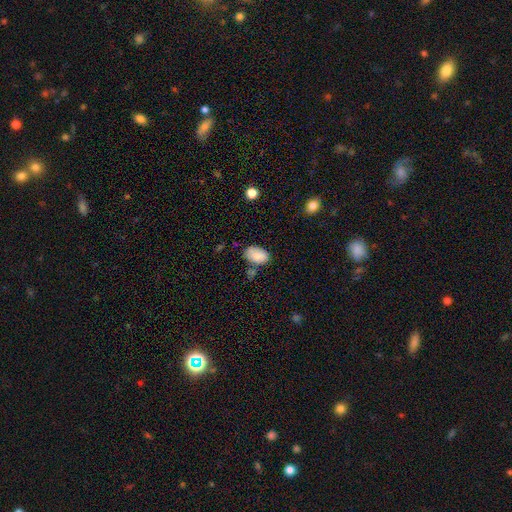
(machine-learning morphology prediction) Smooth or featured: smooth — 83% (featured or disk — 9%)
How rounded: in between — 91% (round — 7%)
Merging: none — 62% (minor disturbance — 25%)